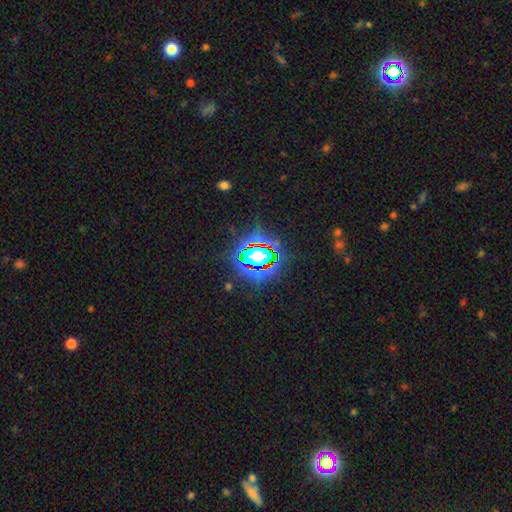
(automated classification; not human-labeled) Overall: star or artifact (80%).